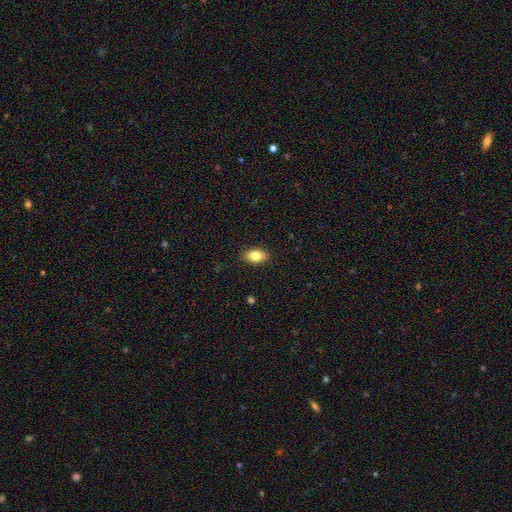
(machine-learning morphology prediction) smooth 82%, featured or disk 10%, star or artifact 8%. Down the decision tree: how rounded — in between (90%); merging — none (89%).